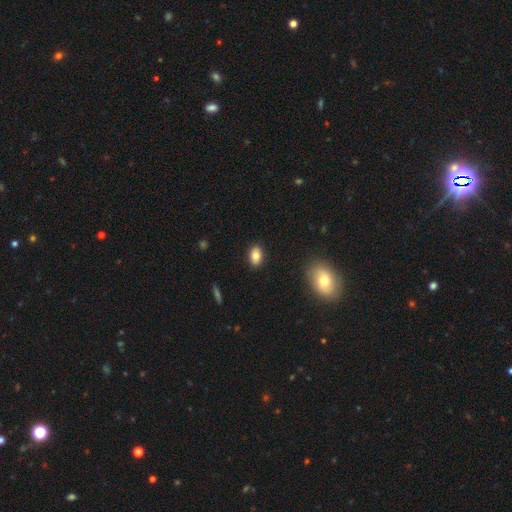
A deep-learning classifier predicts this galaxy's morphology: Smooth or featured: smooth — 82% (featured or disk — 10%)
How rounded: in between — 85% (round — 13%)
Merging: none — 88% (minor disturbance — 9%)